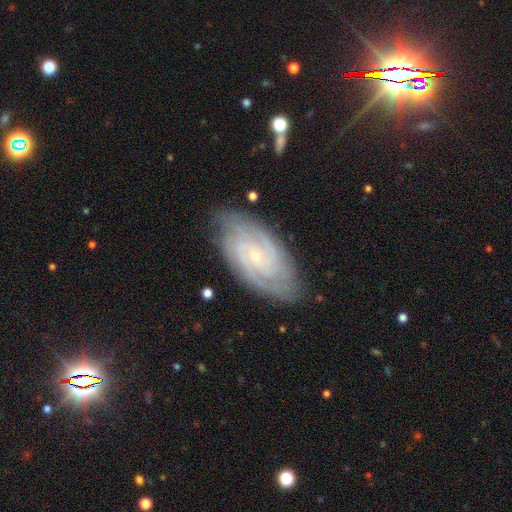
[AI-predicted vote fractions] This appears to be a featured or disk galaxy (87%) with no bar (64%), 2 (28%) tight (74%) spiral arms (98%) and a small central bulge (85%). Merging: none (81%).